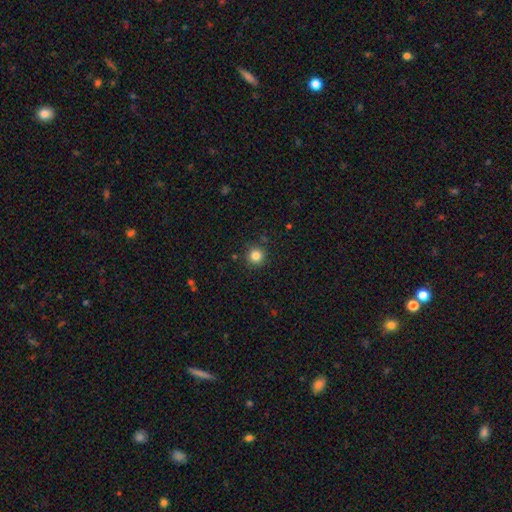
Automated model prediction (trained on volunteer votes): smooth-or-featured: smooth: 84% | star or artifact: 12% | featured or disk: 5%
  how-rounded: round: 95% | in between: 4% | cigar-shaped: 1%
  merging: none: 89% | minor disturbance: 7% | major disturbance: 2% | merger: 2%